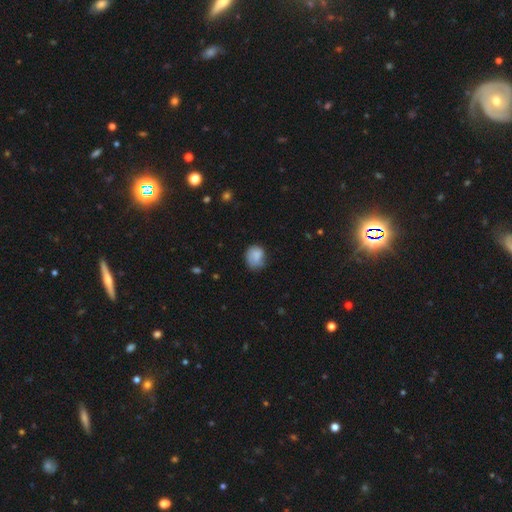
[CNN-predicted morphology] This is likely a smooth galaxy (74%). How rounded: likely round (66%). Merging: possibly none (55%).